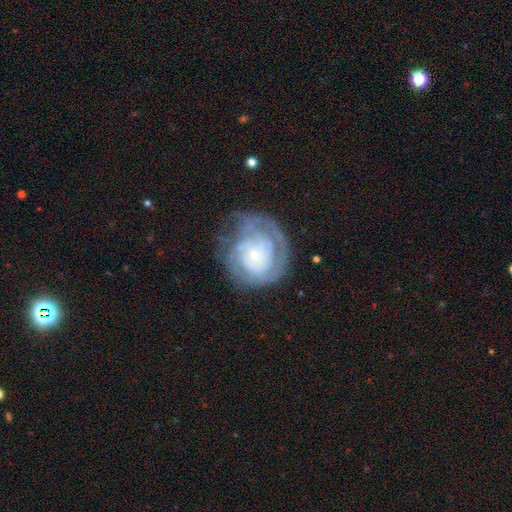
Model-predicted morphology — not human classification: Smooth or featured? featured or disk (78%)
Edge-on disk? no (98%)
Bar? no (76%)
Spiral arms? yes (91%)
Spiral winding? tight (69%)
Spiral arm count? can't tell (41%)
Bulge size? small (76%)
Merging? none (57%)